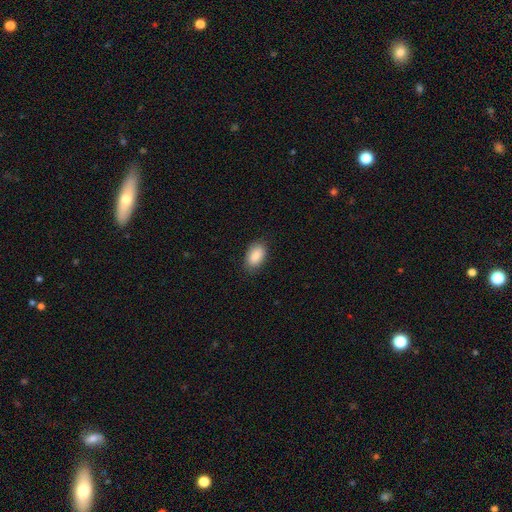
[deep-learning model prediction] Smooth or featured?
  - smooth: 89% *
  - star or artifact: 6%
  - featured or disk: 5%
How rounded?
  - in between: 93% *
  - round: 5%
  - cigar-shaped: 2%
Merging?
  - none: 83% *
  - minor disturbance: 13%
  - major disturbance: 3%
  - merger: 1%